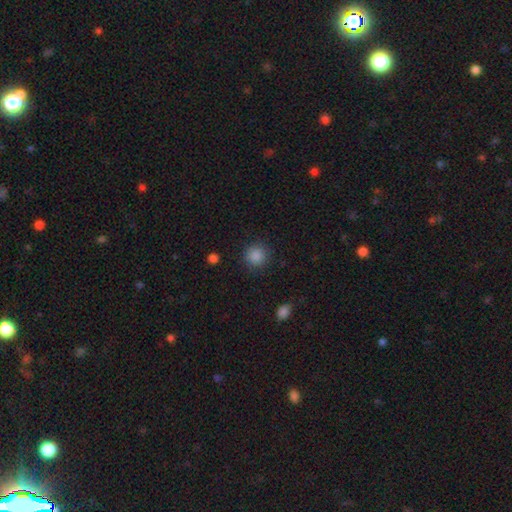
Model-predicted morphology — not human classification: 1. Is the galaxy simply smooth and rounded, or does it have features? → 87% smooth, 10% star or artifact, 3% featured or disk.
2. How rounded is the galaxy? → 93% round, 6% in between, 1% cigar-shaped.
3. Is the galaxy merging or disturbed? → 88% none, 8% minor disturbance, 3% major disturbance, 1% merger.